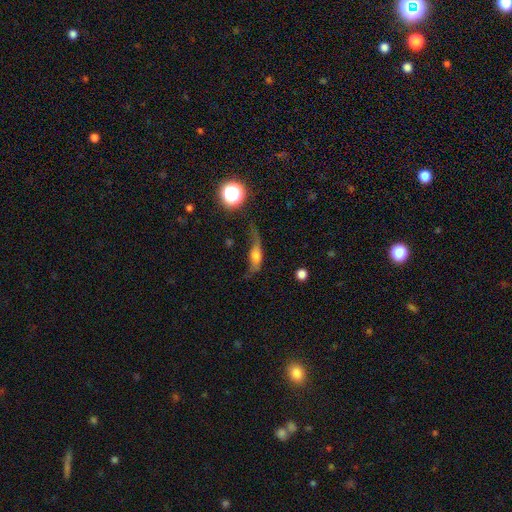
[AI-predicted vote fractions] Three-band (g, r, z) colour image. It shows a smooth galaxy with no disk features (51%) that is in between round and cigar-shaped (52%). Merging: major disturbance (37%).